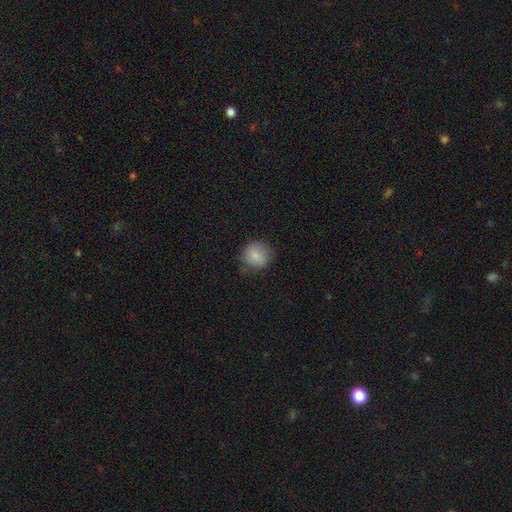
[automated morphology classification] This appears to be a smooth galaxy with no disk features (84%) that is round (84%). Merging: none (76%).